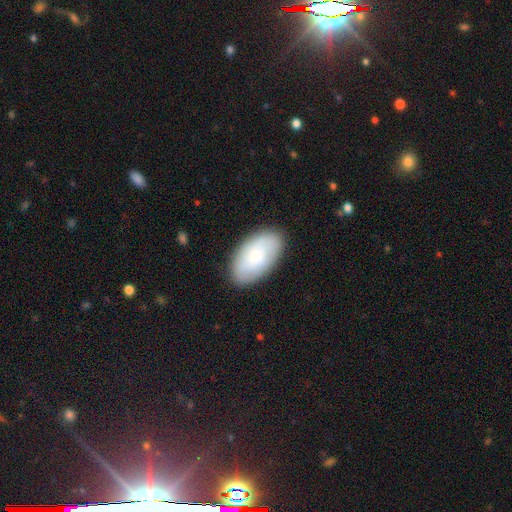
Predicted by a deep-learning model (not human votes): smooth 58%, featured or disk 36%, star or artifact 6%. Down the decision tree: how rounded — in between (94%); merging — none (84%).